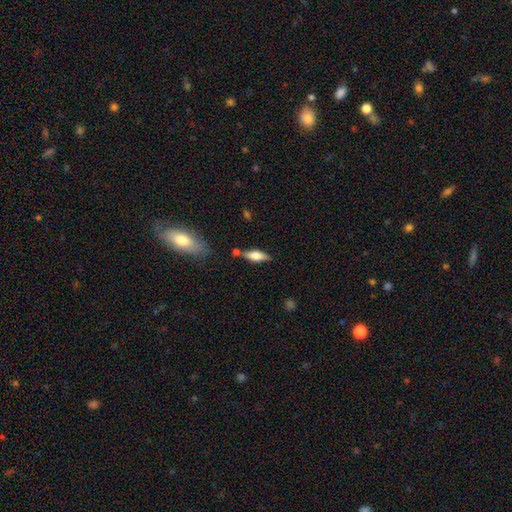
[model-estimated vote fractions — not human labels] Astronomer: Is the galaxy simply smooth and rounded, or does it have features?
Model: smooth — 54% (runner-up: featured or disk, 39%).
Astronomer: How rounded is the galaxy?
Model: in between — 60% (runner-up: cigar-shaped, 37%).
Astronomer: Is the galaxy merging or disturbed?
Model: none — 73%.